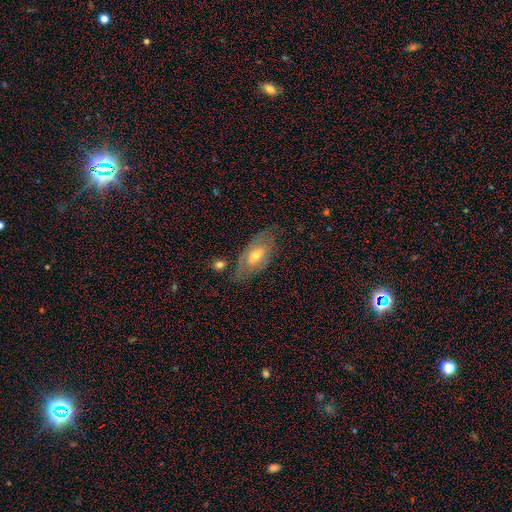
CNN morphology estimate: A featured or disk galaxy (51%). Merging: none (71%).